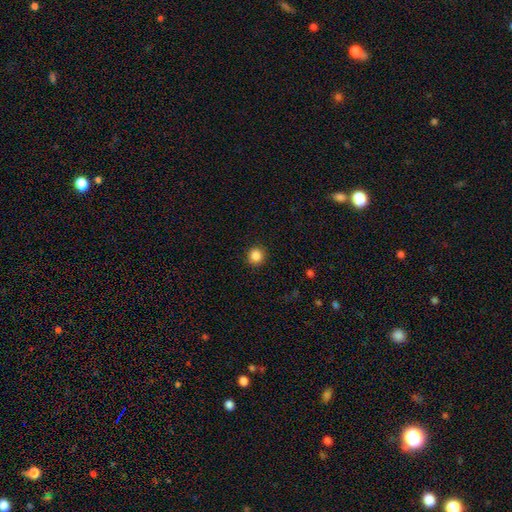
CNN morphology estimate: Overall: smooth (86%). How rounded: round (92%). Merging: none (92%).